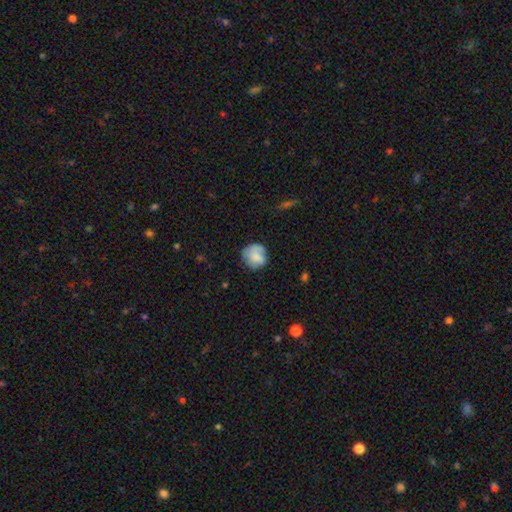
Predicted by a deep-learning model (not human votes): smooth 71%, featured or disk 21%, star or artifact 8%. Down the decision tree: how rounded — round (85%); merging — none (63%).